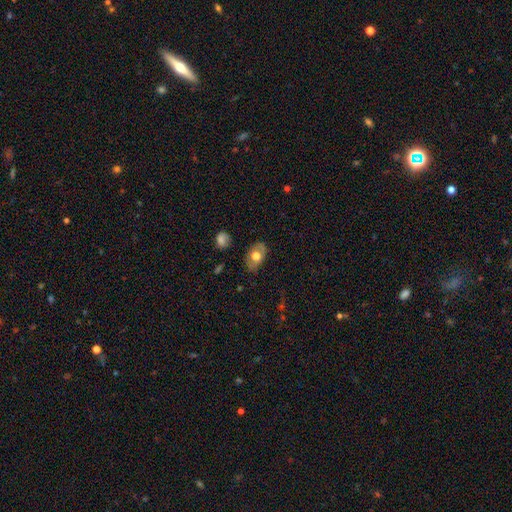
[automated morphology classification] A smooth galaxy with no disk features (59%) that is in between round and cigar-shaped (85%). Merging: none (75%).